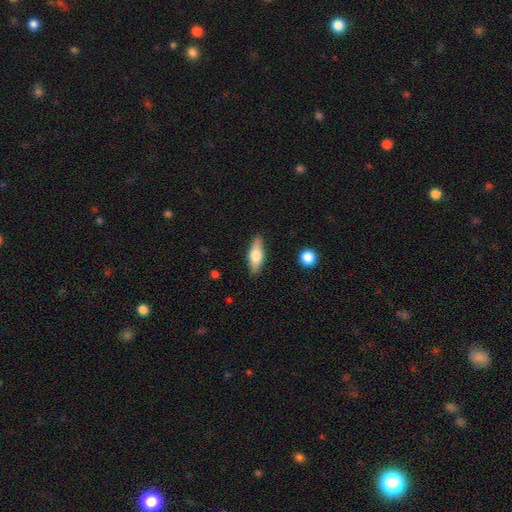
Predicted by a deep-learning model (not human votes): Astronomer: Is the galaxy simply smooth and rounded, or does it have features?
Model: smooth — 63%.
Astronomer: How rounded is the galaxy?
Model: in between — 66%.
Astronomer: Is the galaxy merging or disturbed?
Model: none — 85%.